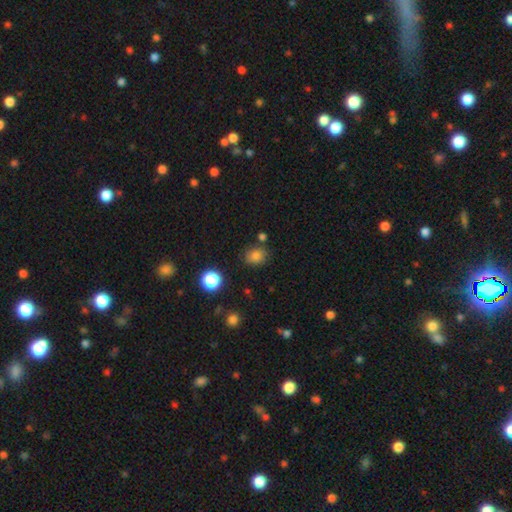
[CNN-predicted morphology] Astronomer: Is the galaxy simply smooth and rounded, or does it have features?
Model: smooth — 80%.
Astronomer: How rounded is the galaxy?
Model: round — 52% (runner-up: in between, 47%).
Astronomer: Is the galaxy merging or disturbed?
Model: none — 78%.